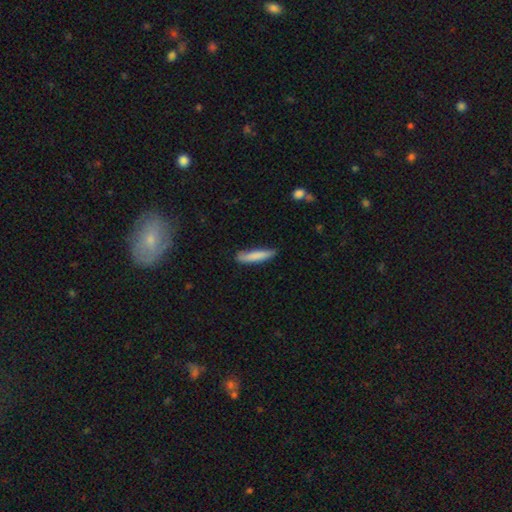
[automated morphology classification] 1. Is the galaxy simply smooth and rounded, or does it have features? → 81% smooth, 13% featured or disk, 6% star or artifact.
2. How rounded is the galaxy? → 89% cigar-shaped, 10% in between, 1% round.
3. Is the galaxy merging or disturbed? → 77% none, 18% minor disturbance, 3% major disturbance, 2% merger.